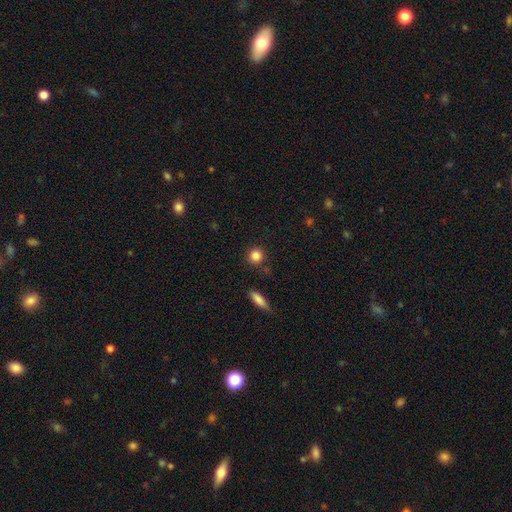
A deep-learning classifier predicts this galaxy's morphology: A smooth galaxy with no disk features (85%) that is round (92%). Merging: none (86%).